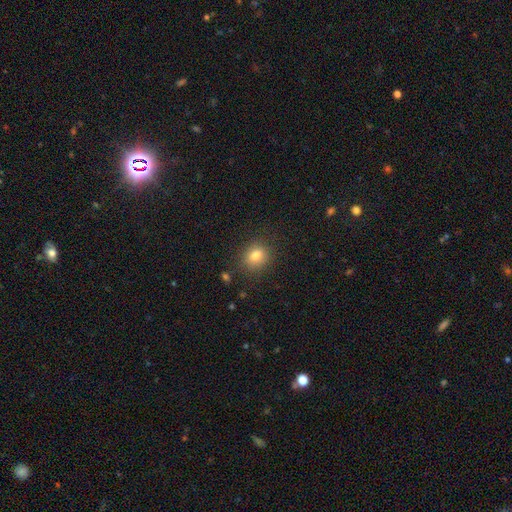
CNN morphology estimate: smooth_or_featured: smooth (p=0.80) [alt: star or artifact p=0.12]
how_rounded: round (p=0.65) [alt: in between p=0.34]
merging: none (p=0.85) [alt: minor disturbance p=0.10]